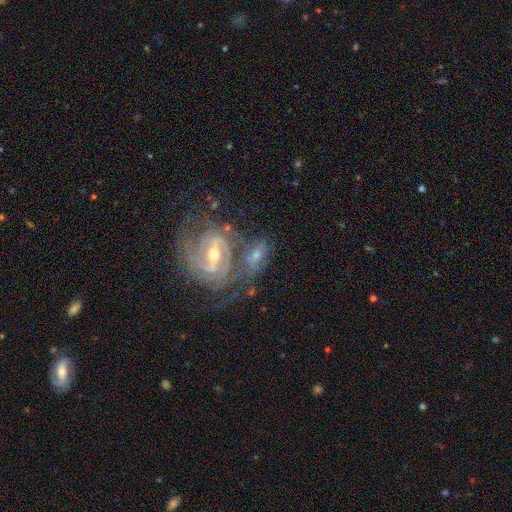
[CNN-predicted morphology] Smooth or featured?
  - featured or disk: 75% *
  - smooth: 17%
  - star or artifact: 8%
Edge-on disk?
  - no: 93% *
  - yes: 7%
Bar?
  - strong: 45% *
  - weak: 35%
  - no: 20%
Spiral arms?
  - yes: 83% *
  - no: 17%
Spiral winding?
  - tight: 52% *
  - medium: 37%
  - loose: 11%
Spiral arm count?
  - 2: 47% *
  - can't tell: 27%
  - 3: 13%
  - 1: 5%
  - 4: 5%
  - more than 4: 4%
Bulge size?
  - moderate: 59% *
  - small: 35%
  - large: 3%
  - none: 1%
  - dominant: 1%
Merging?
  - none: 39% *
  - merger: 33%
  - minor disturbance: 16%
  - major disturbance: 11%